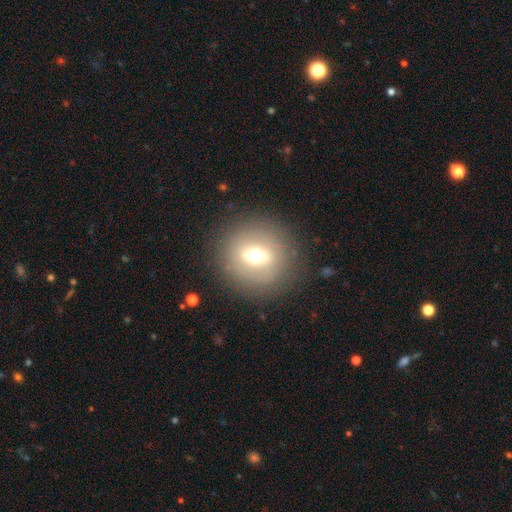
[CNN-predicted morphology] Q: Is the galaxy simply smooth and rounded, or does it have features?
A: smooth — 55%.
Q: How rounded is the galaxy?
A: round — 91%.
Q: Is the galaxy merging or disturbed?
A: none — 84%.